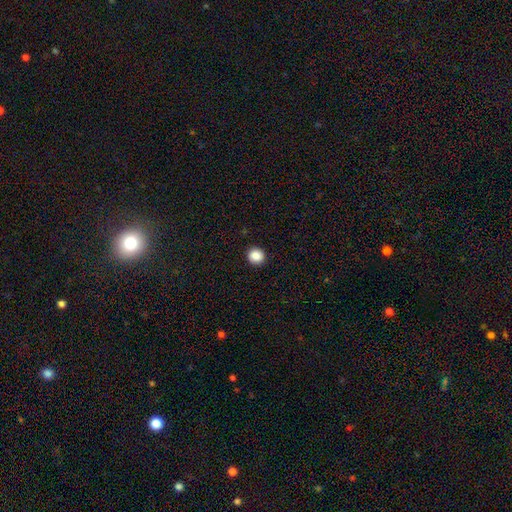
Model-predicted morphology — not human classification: This is clearly a smooth galaxy (87%). How rounded: clearly round (93%). Merging: clearly none (93%).